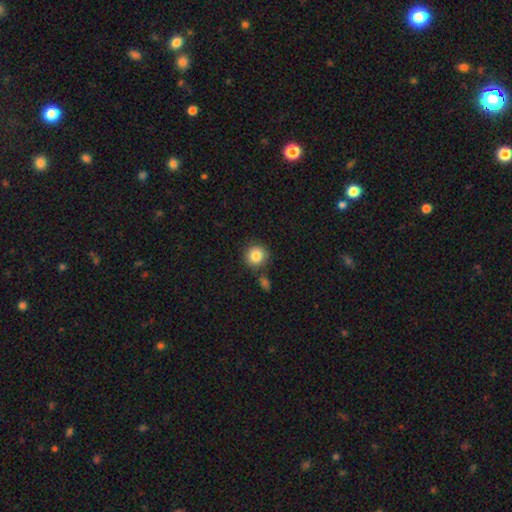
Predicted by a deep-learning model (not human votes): Smooth or featured?
  - smooth: 85% *
  - star or artifact: 9%
  - featured or disk: 6%
How rounded?
  - round: 92% *
  - in between: 7%
  - cigar-shaped: 1%
Merging?
  - none: 80% *
  - minor disturbance: 9%
  - merger: 8%
  - major disturbance: 3%